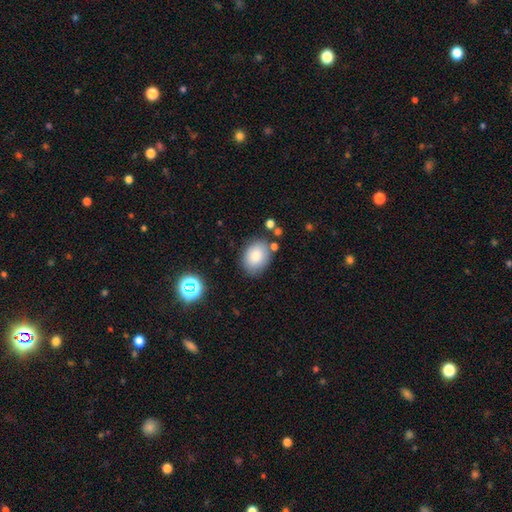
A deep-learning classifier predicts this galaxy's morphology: Smooth or featured? smooth (80%)
How rounded? in between (65%)
Merging? none (76%)